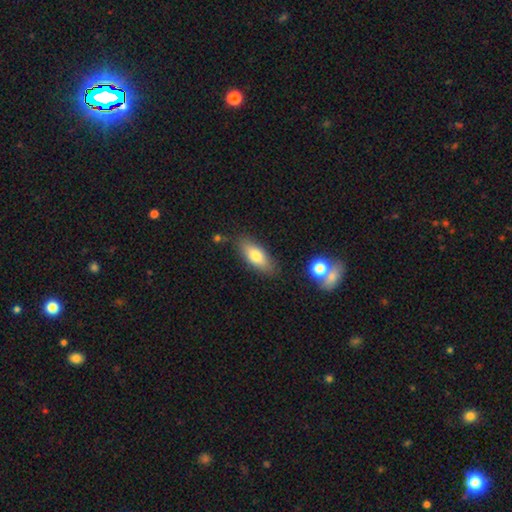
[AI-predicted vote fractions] Smooth or featured: smooth — 76% (featured or disk — 17%)
How rounded: in between — 75% (cigar-shaped — 23%)
Merging: none — 81% (minor disturbance — 13%)